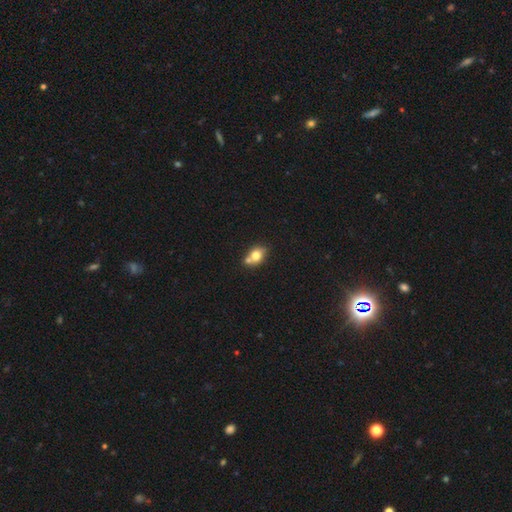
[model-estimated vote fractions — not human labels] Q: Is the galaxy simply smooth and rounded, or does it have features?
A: smooth — 74%.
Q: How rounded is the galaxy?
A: in between — 58%.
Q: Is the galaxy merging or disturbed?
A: none — 45%.